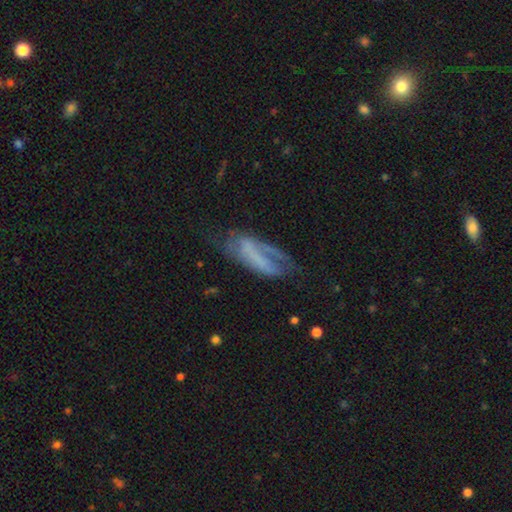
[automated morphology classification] A featured or disk galaxy (57%). Merging: none (39%).